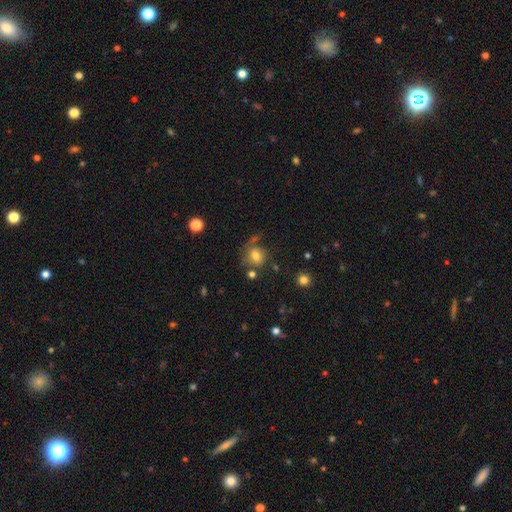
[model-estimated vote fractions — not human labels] A smooth galaxy with no disk features (74%) that is round (71%).

Vote fractions:
- Smooth or featured? smooth: 74% / featured or disk: 13% / star or artifact: 13%
- How rounded? round: 71% / in between: 28% / cigar-shaped: 1%
- Merging? none: 61% / minor disturbance: 18% / merger: 12% / major disturbance: 10%